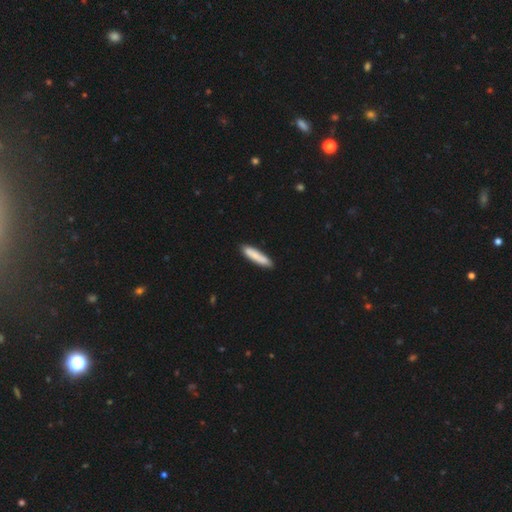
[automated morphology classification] type=smooth (82%); roundness=cigar-shaped (86%); merging=none (86%).